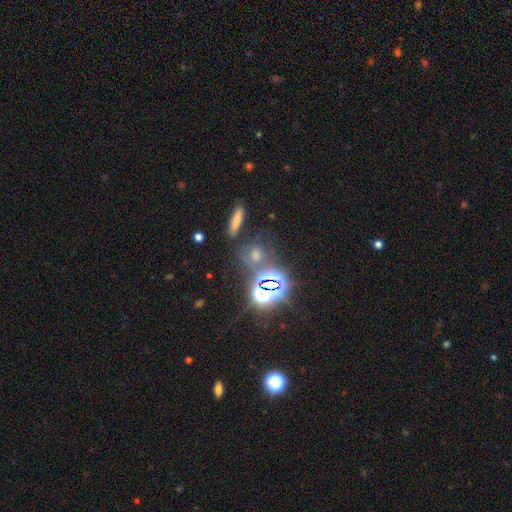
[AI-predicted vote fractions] The model was most divided on "smooth or featured": star or artifact: 59%, smooth: 30%, featured or disk: 11%.